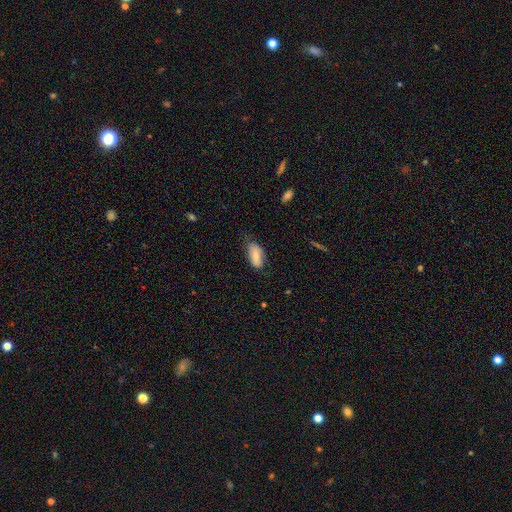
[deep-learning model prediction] A smooth galaxy with no disk features (78%) that is in between round and cigar-shaped (90%). Merging: none (56%).